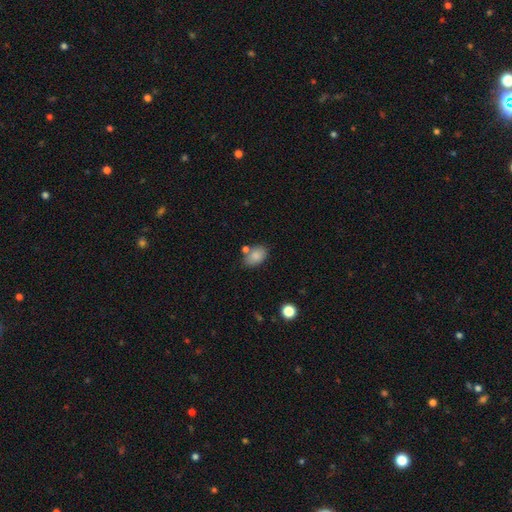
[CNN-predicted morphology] smooth_or_featured: smooth (p=0.85) [alt: star or artifact p=0.08]
how_rounded: in between (p=0.88) [alt: round p=0.11]
merging: none (p=0.66) [alt: minor disturbance p=0.16]